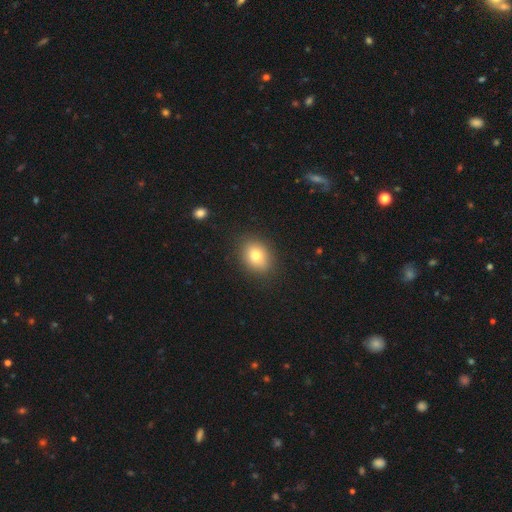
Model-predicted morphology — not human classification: This appears to be a smooth galaxy with no disk features (78%) that is in between round and cigar-shaped (55%). Merging: none (87%).